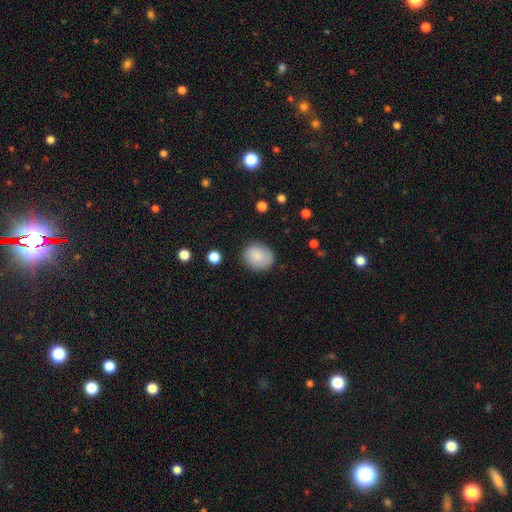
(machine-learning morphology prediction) Smooth or featured?
  - smooth: 84% *
  - featured or disk: 9%
  - star or artifact: 7%
How rounded?
  - round: 68% *
  - in between: 31%
  - cigar-shaped: 1%
Merging?
  - none: 82% *
  - minor disturbance: 13%
  - major disturbance: 3%
  - merger: 1%